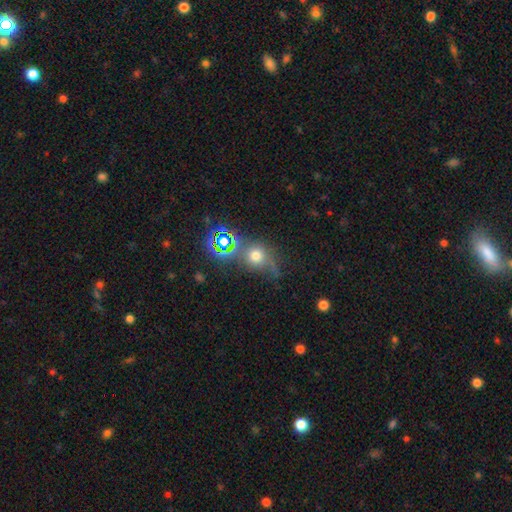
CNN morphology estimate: This is possibly a smooth galaxy (57%). How rounded: likely round (78%). Merging: possibly none (56%).